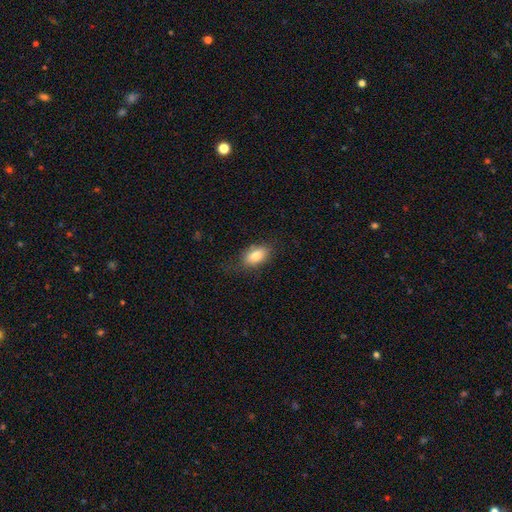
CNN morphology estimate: Overall: smooth (81%). How rounded: in between (89%). Merging: none (72%).